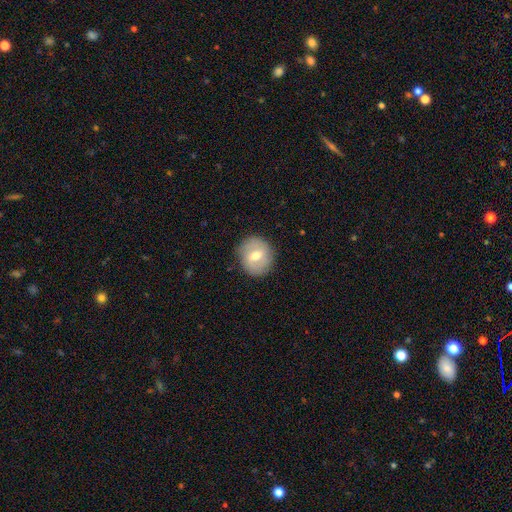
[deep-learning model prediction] smooth_or_featured: smooth (p=0.53) [alt: featured or disk p=0.40]
how_rounded: round (p=0.81) [alt: in between p=0.18]
merging: none (p=0.85) [alt: minor disturbance p=0.11]